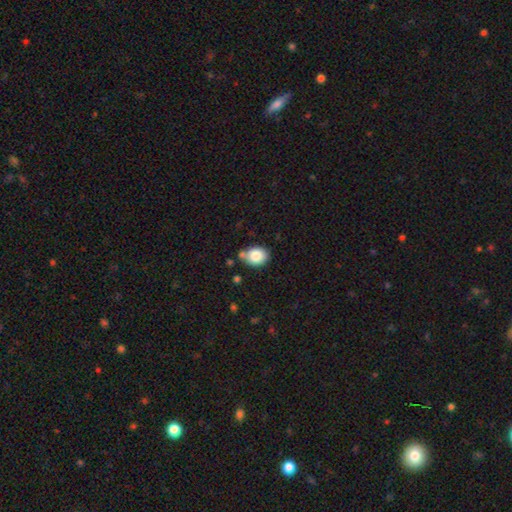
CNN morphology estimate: Smooth or featured: smooth — 85% (star or artifact — 8%)
How rounded: in between — 57% (round — 42%)
Merging: none — 68% (minor disturbance — 17%)